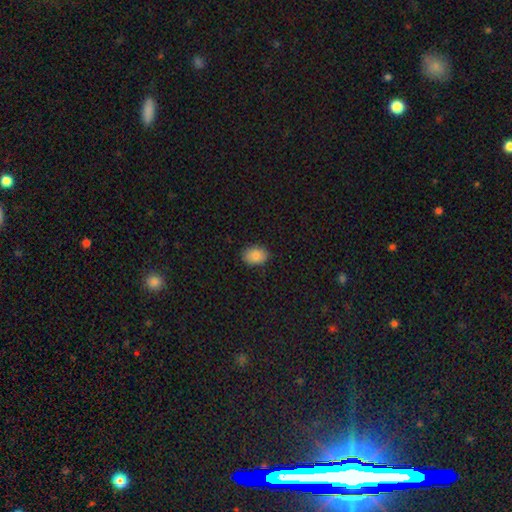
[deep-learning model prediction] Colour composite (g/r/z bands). It shows a smooth galaxy with no disk features (86%) that is in between round and cigar-shaped (76%). Merging: none (85%).